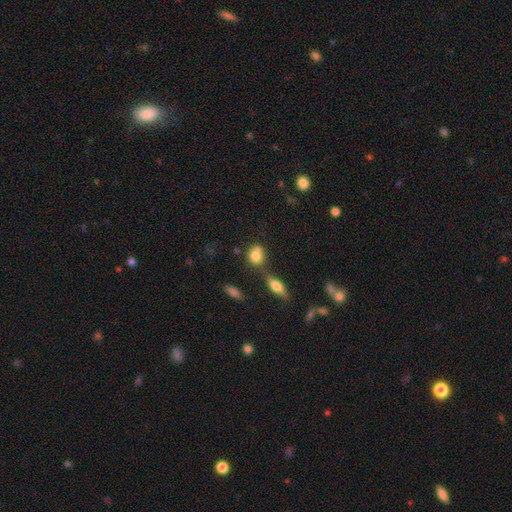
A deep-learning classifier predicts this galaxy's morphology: smooth_or_featured: smooth (p=0.77) [alt: featured or disk p=0.13]
how_rounded: round (p=0.68) [alt: in between p=0.30]
merging: none (p=0.44) [alt: merger p=0.36]